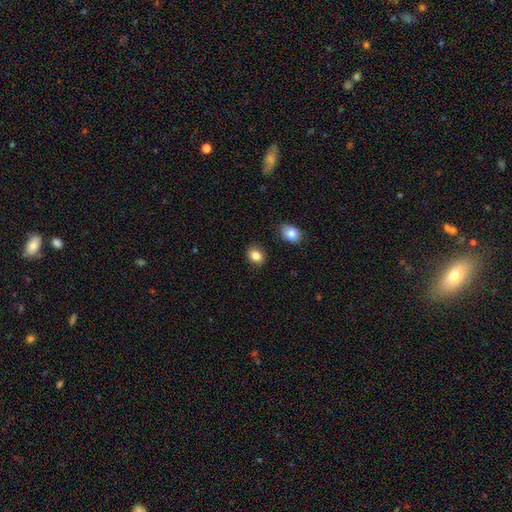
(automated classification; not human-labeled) Smooth or featured? Predicted: smooth (p=0.84). How rounded? Predicted: in between (p=0.58). Merging? Predicted: none (p=0.87).